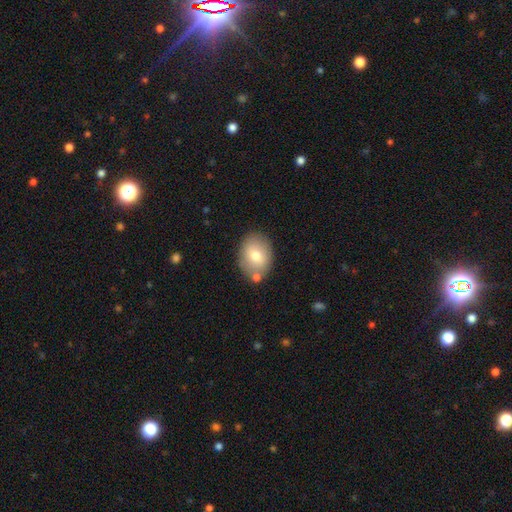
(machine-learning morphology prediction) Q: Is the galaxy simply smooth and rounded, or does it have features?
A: smooth — 73%.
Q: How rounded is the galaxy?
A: in between — 68%.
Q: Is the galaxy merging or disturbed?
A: none — 75%.